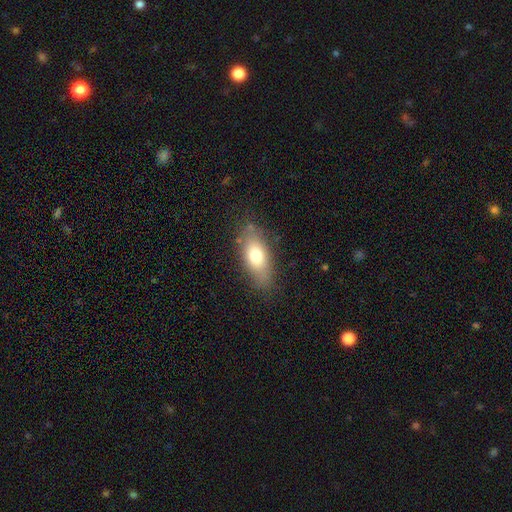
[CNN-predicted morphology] This is likely a smooth galaxy (72%). How rounded: clearly in between (82%). Merging: likely none (77%).